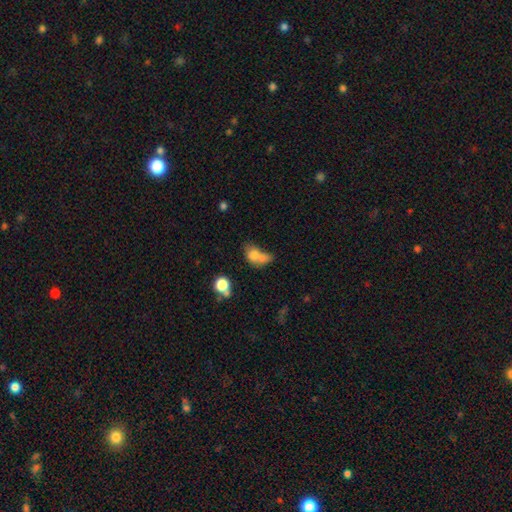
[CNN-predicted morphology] The model was most divided on "how rounded": in between: 65%, round: 32%, cigar-shaped: 3%. More confident: smooth or featured — smooth (71%); merging — merger (57%).